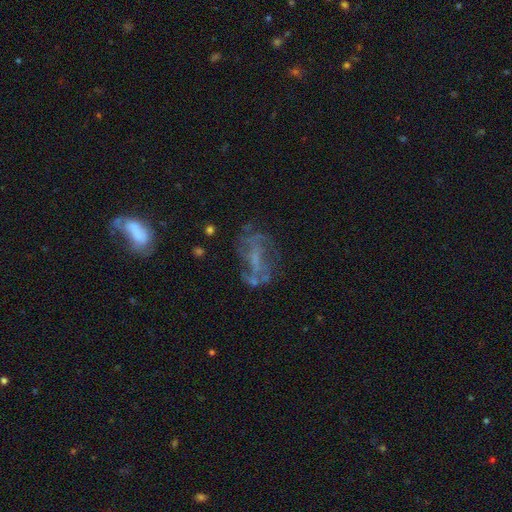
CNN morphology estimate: This appears to be a featured or disk galaxy (60%) with no bar (53%), spiral arms (55%) and no central bulge (44%). Merging: none (52%).